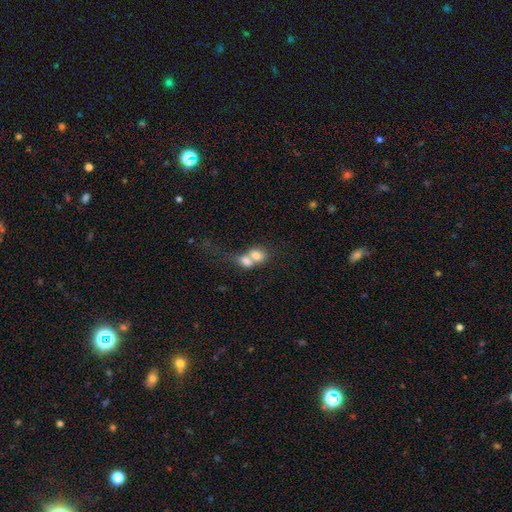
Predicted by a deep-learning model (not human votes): Smooth or featured: smooth — 71% (featured or disk — 19%)
How rounded: round — 50% (in between — 48%)
Merging: merger — 72% (none — 17%)